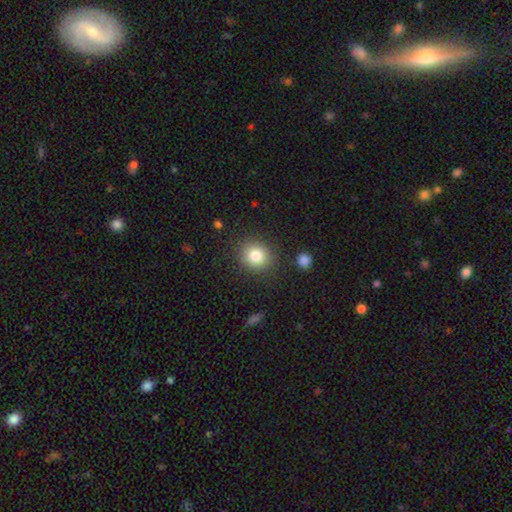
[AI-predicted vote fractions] Smooth or featured? smooth (81%)
How rounded? round (82%)
Merging? none (87%)